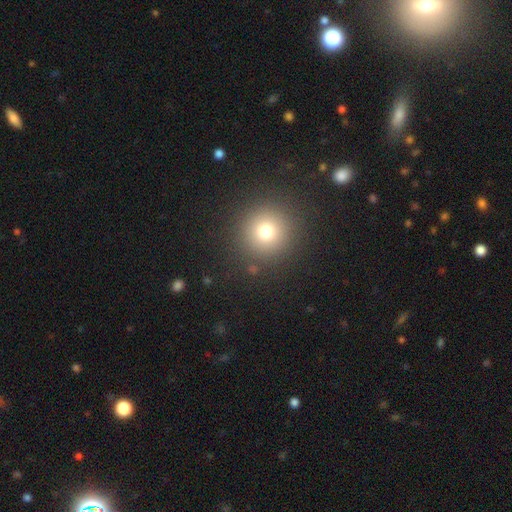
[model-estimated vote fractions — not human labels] smooth-or-featured: smooth: 67% | star or artifact: 25% | featured or disk: 7%
  how-rounded: round: 94% | in between: 5% | cigar-shaped: 1%
  merging: none: 91% | minor disturbance: 5% | major disturbance: 2% | merger: 2%